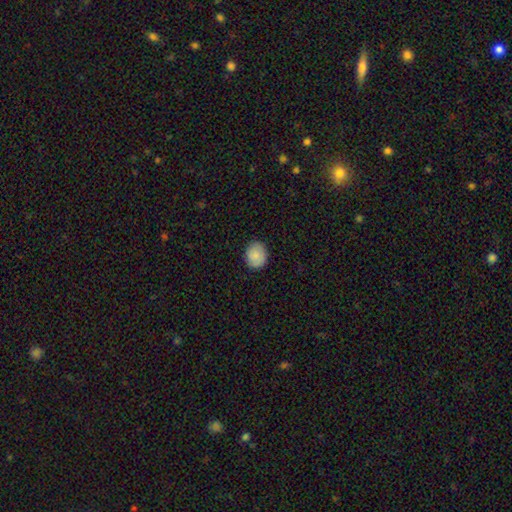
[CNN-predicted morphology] Overall: smooth (85%). How rounded: round (65%; in between 34%). Merging: none (86%).